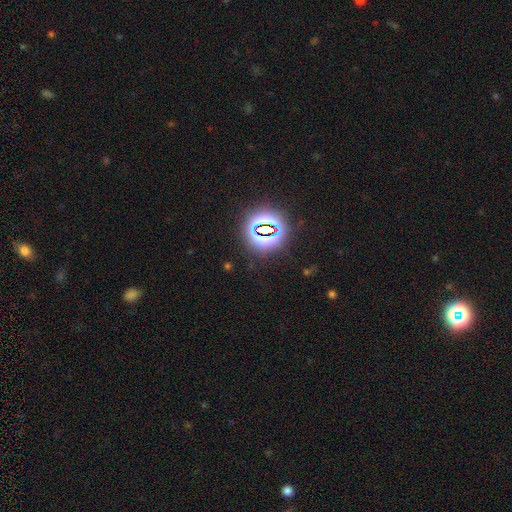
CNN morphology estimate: Smooth or featured?
  - star or artifact: 79% *
  - smooth: 14%
  - featured or disk: 7%